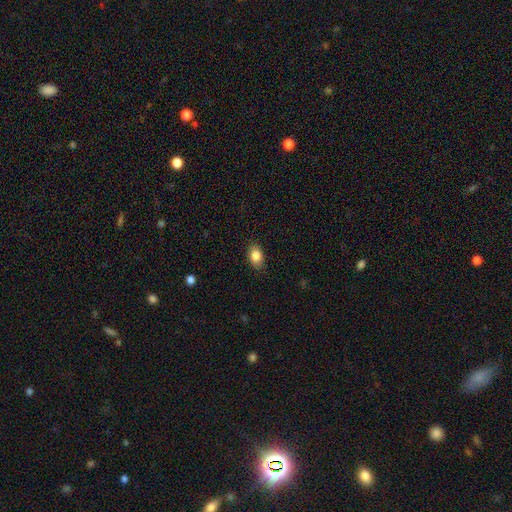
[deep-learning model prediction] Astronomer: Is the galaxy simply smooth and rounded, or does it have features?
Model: smooth — 85%.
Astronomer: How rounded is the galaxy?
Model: in between — 82%.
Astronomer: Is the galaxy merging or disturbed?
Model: none — 85%.